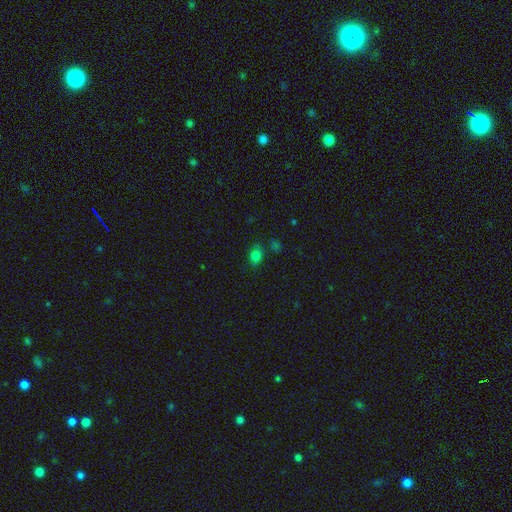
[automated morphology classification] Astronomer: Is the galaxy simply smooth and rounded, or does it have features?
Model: smooth — 76%.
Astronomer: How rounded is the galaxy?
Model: in between — 56% (runner-up: round, 42%).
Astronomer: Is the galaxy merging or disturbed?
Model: none — 73%.